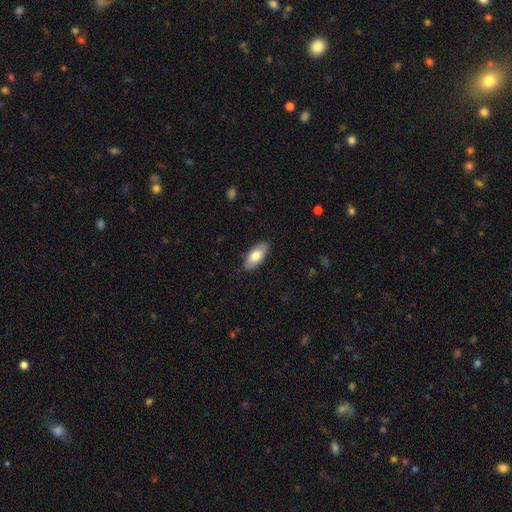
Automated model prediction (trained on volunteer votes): smooth-or-featured: smooth: 75% | featured or disk: 19% | star or artifact: 6%
  how-rounded: in between: 87% | cigar-shaped: 11% | round: 2%
  merging: none: 86% | minor disturbance: 11% | major disturbance: 2% | merger: 1%